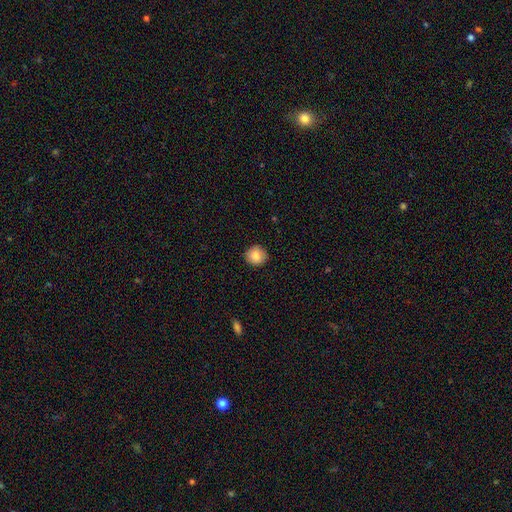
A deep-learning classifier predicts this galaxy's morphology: This is clearly a smooth galaxy (86%). How rounded: clearly round (90%). Merging: clearly none (88%).